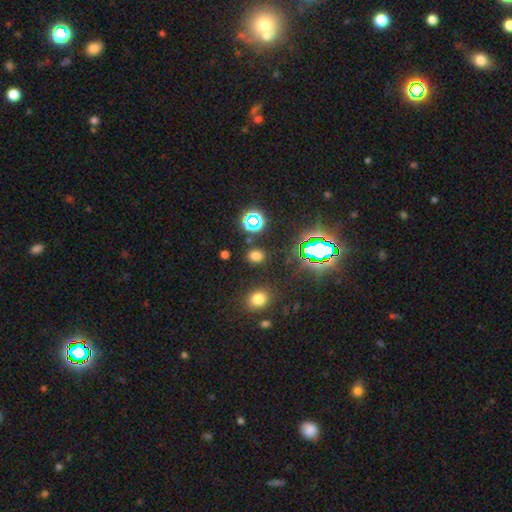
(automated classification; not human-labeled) A smooth galaxy with no disk features (63%) that is in between round and cigar-shaped (49%, tied with round).

Vote fractions:
- Smooth or featured? smooth: 63% / star or artifact: 31% / featured or disk: 6%
- How rounded? in between: 49% (tied) / round: 49% (tied) / cigar-shaped: 2%
- Merging? none: 86% / minor disturbance: 8% / major disturbance: 3% / merger: 3%